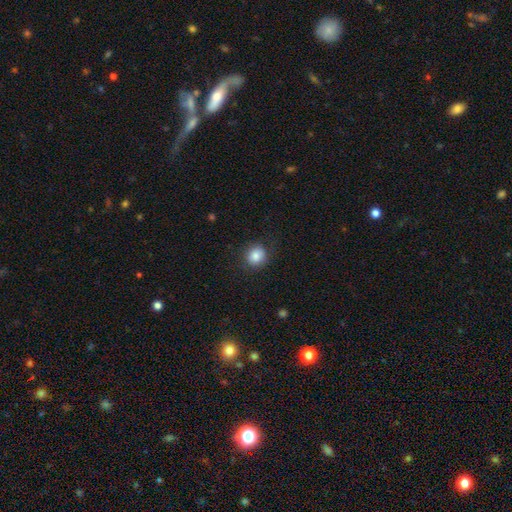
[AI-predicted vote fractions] A smooth galaxy with no disk features (84%) that is round (84%). Merging: none (86%).